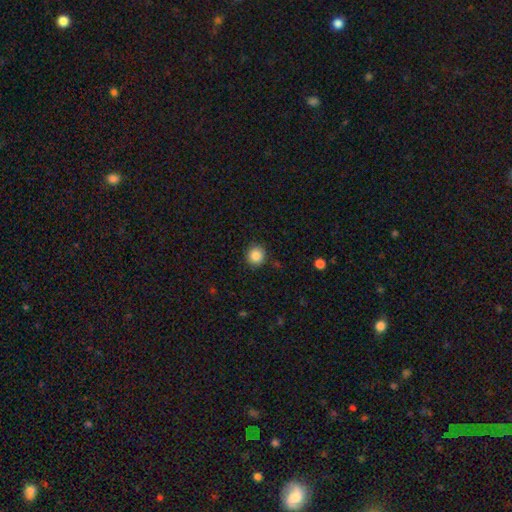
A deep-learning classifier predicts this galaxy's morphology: This is clearly a smooth galaxy (86%). How rounded: clearly round (91%). Merging: clearly none (90%).